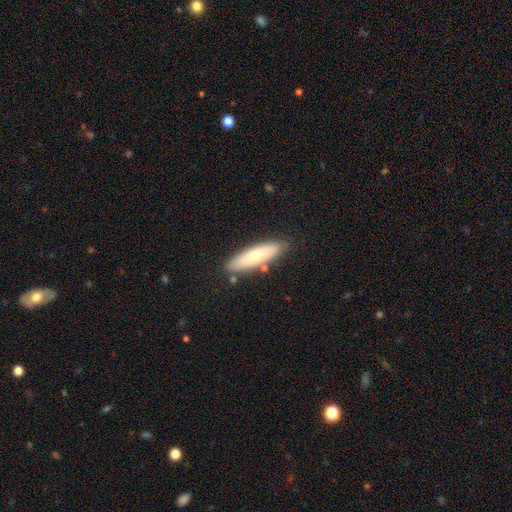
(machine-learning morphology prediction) smooth_or_featured: smooth (p=0.55) [alt: featured or disk p=0.36]
how_rounded: cigar-shaped (p=0.67) [alt: in between p=0.31]
merging: none (p=0.84) [alt: minor disturbance p=0.11]